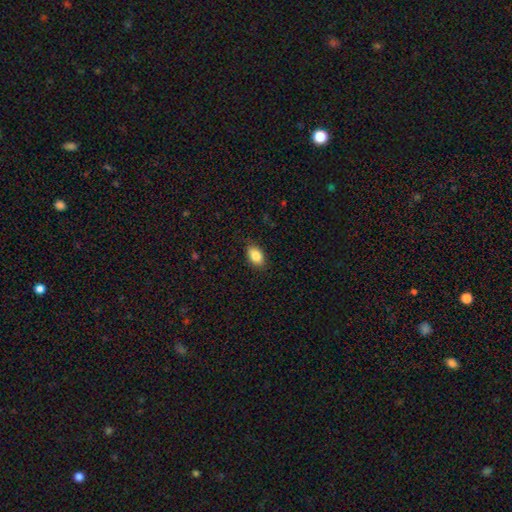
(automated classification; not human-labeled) A smooth galaxy with no disk features (86%) that is in between round and cigar-shaped (88%).

Vote fractions:
- Smooth or featured? smooth: 86% / star or artifact: 8% / featured or disk: 7%
- How rounded? in between: 88% / round: 10% / cigar-shaped: 2%
- Merging? none: 85% / minor disturbance: 12% / major disturbance: 2% / merger: 1%